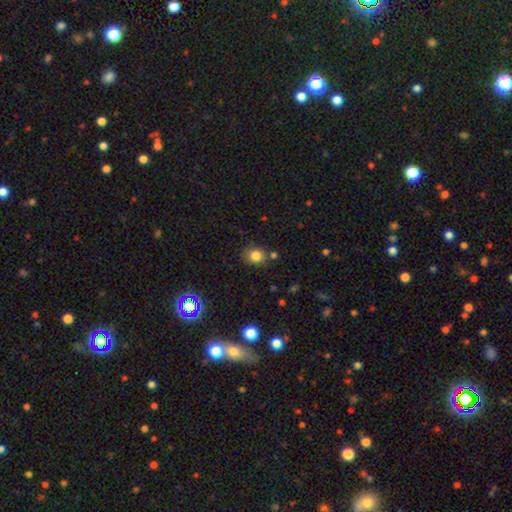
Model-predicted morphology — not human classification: Smooth or featured? smooth (82%)
How rounded? round (72%)
Merging? none (75%)